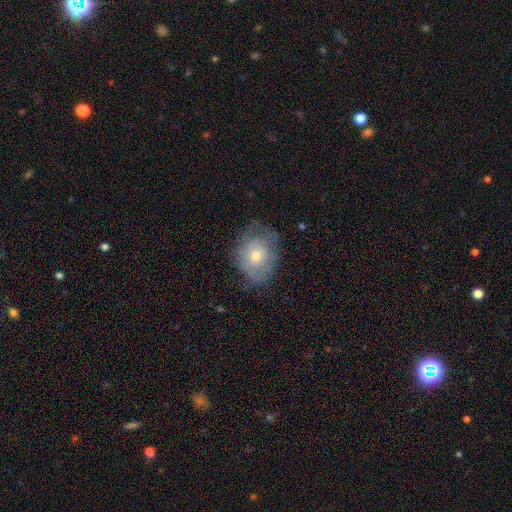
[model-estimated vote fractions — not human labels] Smooth or featured? Predicted: smooth (p=0.50). How rounded? Predicted: in between (p=0.54). Merging? Predicted: none (p=0.58).